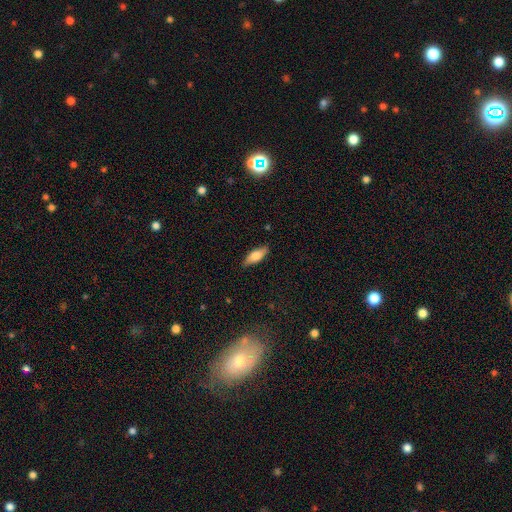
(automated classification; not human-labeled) Smooth or featured: smooth — 73% (featured or disk — 21%)
How rounded: in between — 68% (cigar-shaped — 30%)
Merging: none — 84% (minor disturbance — 13%)